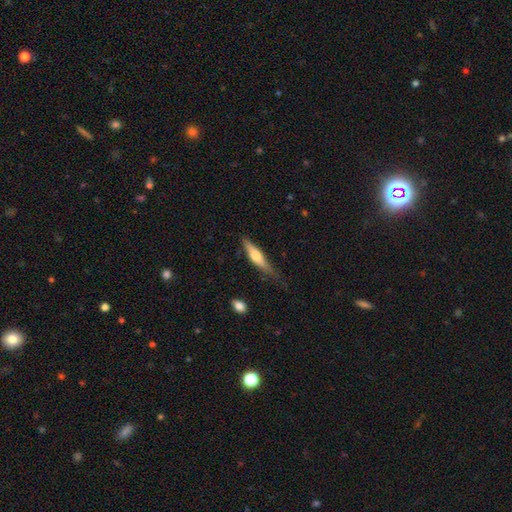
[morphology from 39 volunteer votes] Smooth or featured? smooth (69%)
How rounded? cigar-shaped (74%)
Merging? minor disturbance (47%)